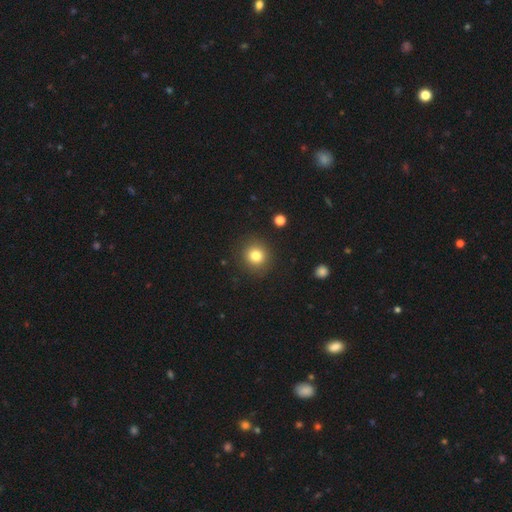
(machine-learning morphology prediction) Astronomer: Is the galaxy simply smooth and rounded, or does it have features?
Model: smooth — 81%.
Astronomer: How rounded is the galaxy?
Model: round — 90%.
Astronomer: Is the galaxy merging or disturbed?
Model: none — 89%.